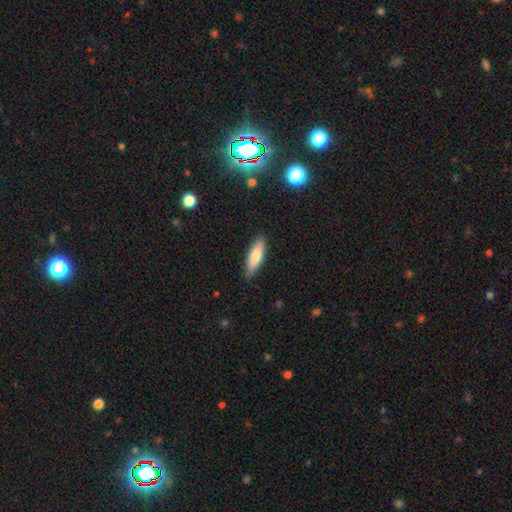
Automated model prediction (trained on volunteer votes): Smooth or featured: smooth — 76% (featured or disk — 18%)
How rounded: cigar-shaped — 50% (in between — 48%)
Merging: none — 85% (minor disturbance — 12%)